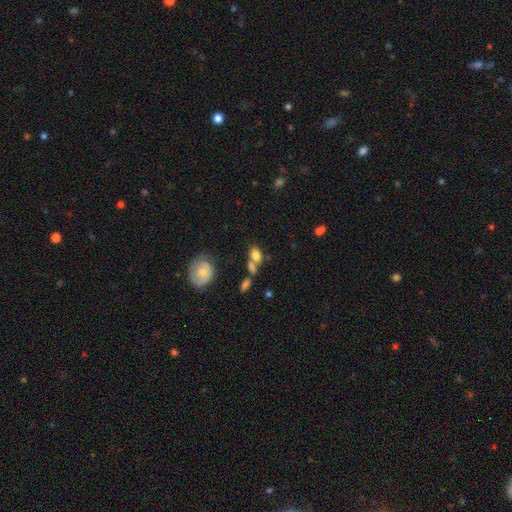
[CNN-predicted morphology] A smooth galaxy with no disk features (77%) that is in between round and cigar-shaped (76%).

Vote fractions:
- Smooth or featured? smooth: 77% / featured or disk: 13% / star or artifact: 10%
- How rounded? in between: 76% / round: 21% / cigar-shaped: 4%
- Merging? merger: 41% / none: 39% / minor disturbance: 13% / major disturbance: 7%